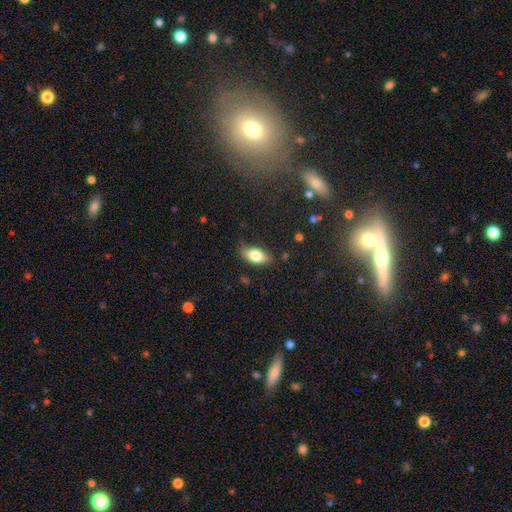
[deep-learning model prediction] This appears to be a smooth galaxy with no disk features (80%) that is in between round and cigar-shaped (89%). Merging: none (74%).